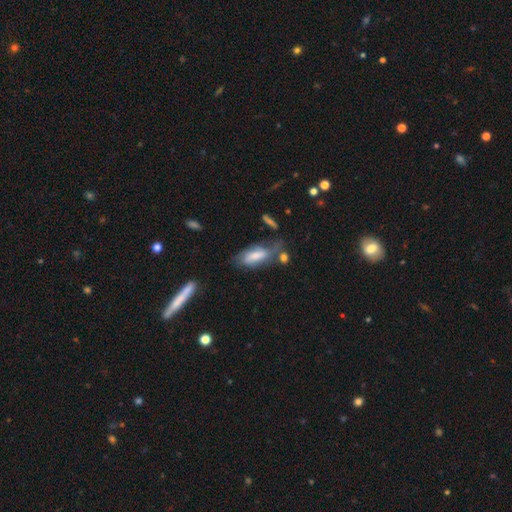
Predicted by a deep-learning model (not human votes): Smooth or featured: smooth — 60% (featured or disk — 32%)
How rounded: in between — 76% (cigar-shaped — 21%)
Merging: none — 43% (minor disturbance — 27%)